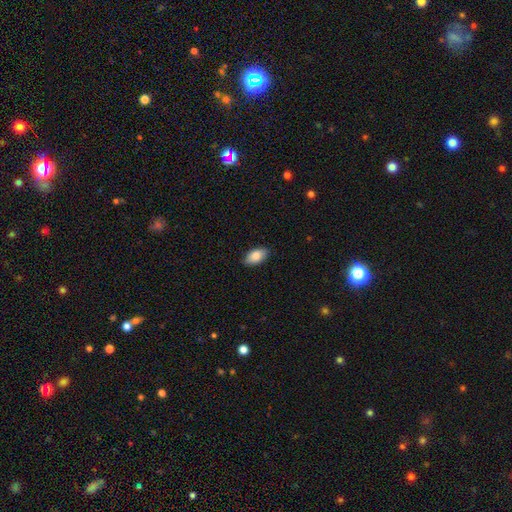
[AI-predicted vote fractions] Smooth or featured? smooth (84%)
How rounded? in between (93%)
Merging? none (87%)